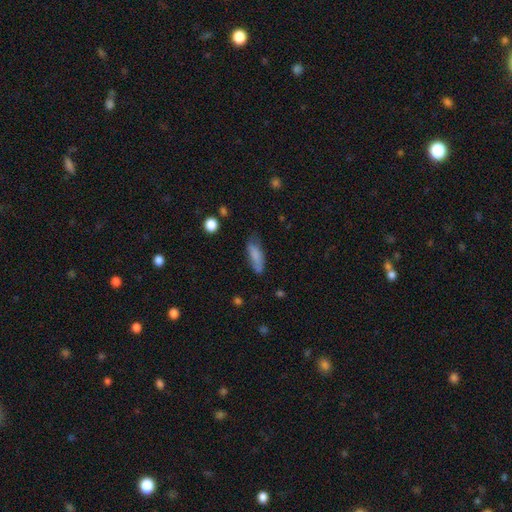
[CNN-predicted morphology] Overall: smooth (78%). How rounded: in between (58%; cigar-shaped 40%). Merging: none (61%; minor disturbance 28%).